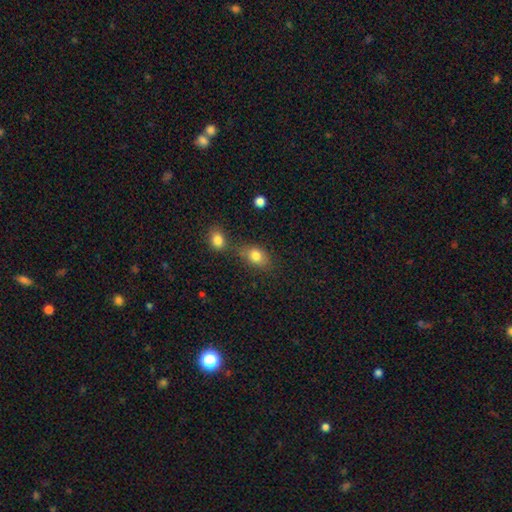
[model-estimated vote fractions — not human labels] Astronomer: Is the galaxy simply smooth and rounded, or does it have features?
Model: smooth — 81%.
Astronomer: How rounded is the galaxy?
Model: in between — 73%.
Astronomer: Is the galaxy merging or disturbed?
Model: none — 57%.